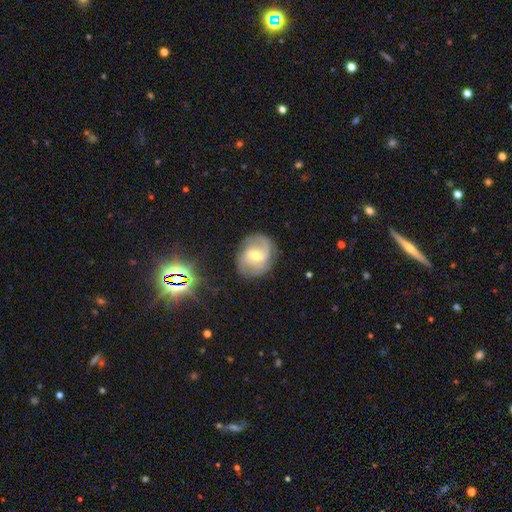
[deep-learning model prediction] smooth-or-featured: featured or disk: 79% | smooth: 14% | star or artifact: 7%
  disk-edge-on: no: 97% | yes: 3%
    bar: weak: 54% | no: 30% | strong: 16%
    has-spiral-arms: yes: 94% | no: 6%
      spiral-winding: medium: 45% | tight: 35% | loose: 20%
      spiral-arm-count: 2: 61% | can't tell: 15% | 3: 14% | 1: 5% | 4: 3% | more than 4: 2%
    bulge-size: moderate: 56% | small: 40% | large: 2% | none: 1% | dominant: 1%
  merging: none: 76% | minor disturbance: 16% | major disturbance: 6% | merger: 1%